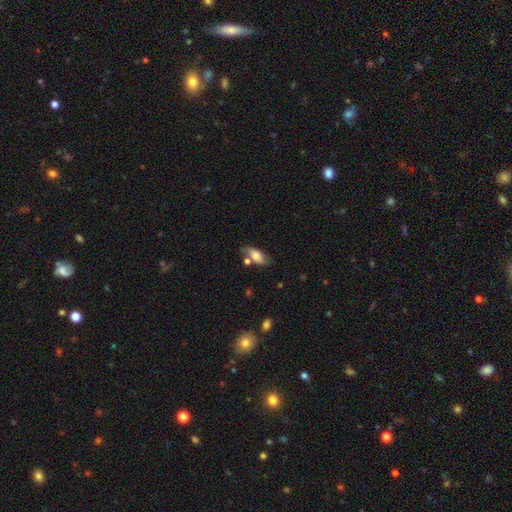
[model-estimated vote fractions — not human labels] smooth-or-featured: smooth: 55% | featured or disk: 37% | star or artifact: 8%
  how-rounded: in between: 82% | cigar-shaped: 13% | round: 5%
  merging: none: 57% | minor disturbance: 21% | merger: 14% | major disturbance: 8%